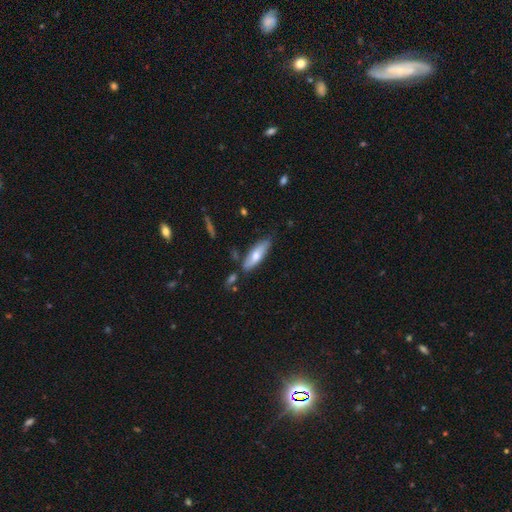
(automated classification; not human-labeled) Smooth or featured? Predicted: smooth (p=0.64). How rounded? Predicted: in between (p=0.54). Merging? Predicted: none (p=0.70).